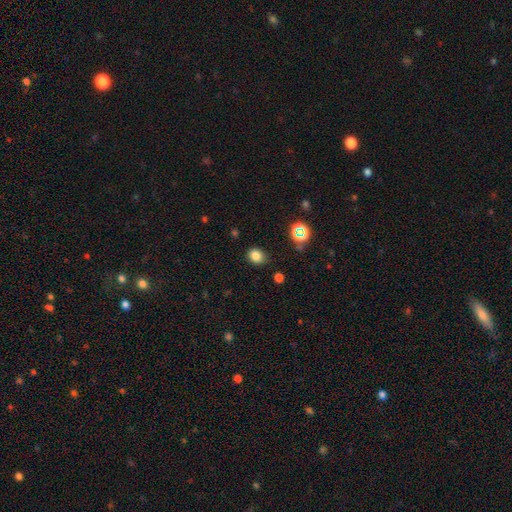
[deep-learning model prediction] Smooth or featured? smooth (80%)
How rounded? round (52%)
Merging? none (80%)